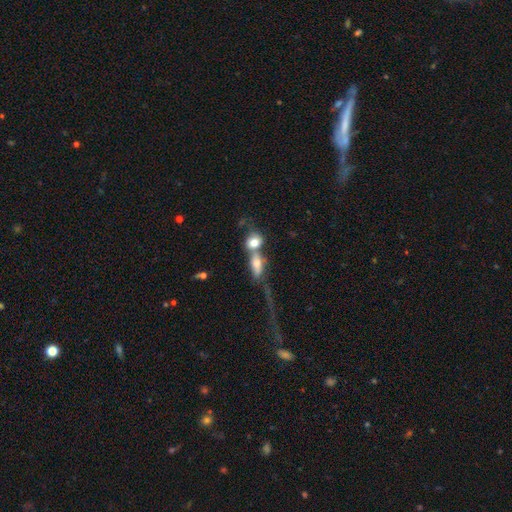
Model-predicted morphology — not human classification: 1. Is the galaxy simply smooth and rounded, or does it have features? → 41% smooth, 40% featured or disk, 19% star or artifact.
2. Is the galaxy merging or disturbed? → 61% merger, 16% none, 15% major disturbance, 8% minor disturbance.